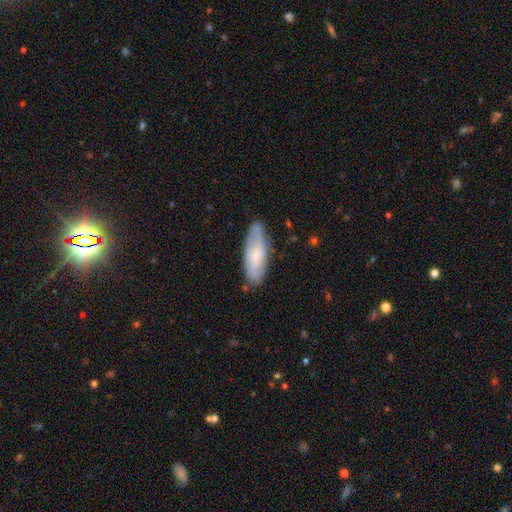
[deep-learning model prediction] A smooth galaxy with no disk features (51%) that is in between round and cigar-shaped (62%).

Vote fractions:
- Smooth or featured? smooth: 51% / featured or disk: 42% / star or artifact: 7%
- How rounded? in between: 62% / cigar-shaped: 36% / round: 2%
- Merging? none: 73% / minor disturbance: 20% / major disturbance: 5% / merger: 2%